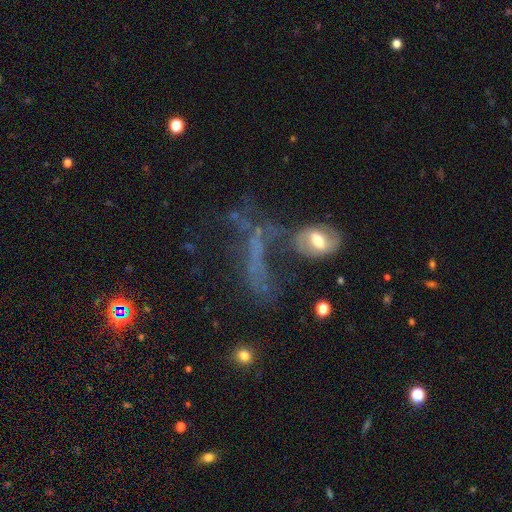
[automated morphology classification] A featured or disk galaxy (41%). Merging: none (33%).